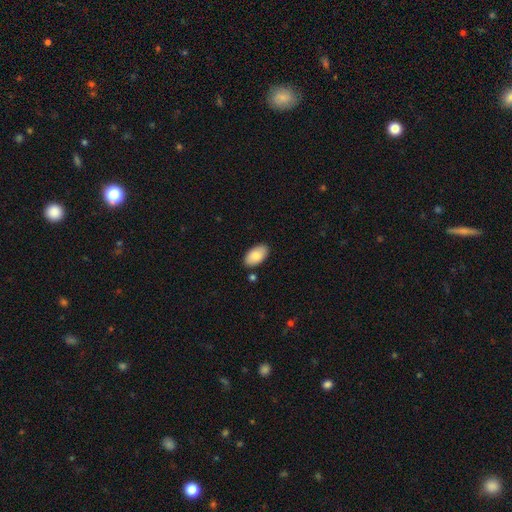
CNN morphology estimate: A smooth galaxy with no disk features (85%) that is in between round and cigar-shaped (96%). Merging: none (85%).